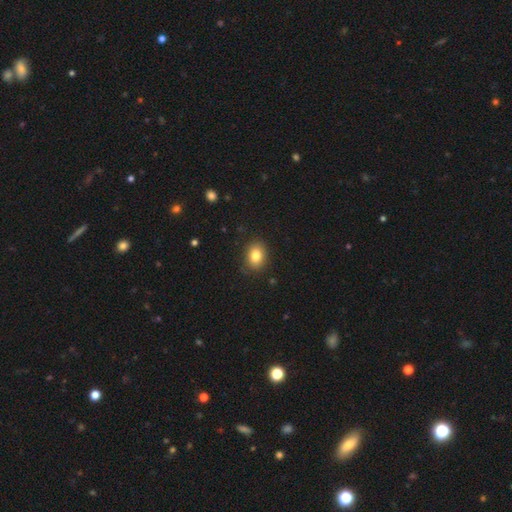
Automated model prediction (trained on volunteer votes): Smooth or featured? Predicted: smooth (p=0.83). How rounded? Predicted: in between (p=0.63). Merging? Predicted: none (p=0.86).